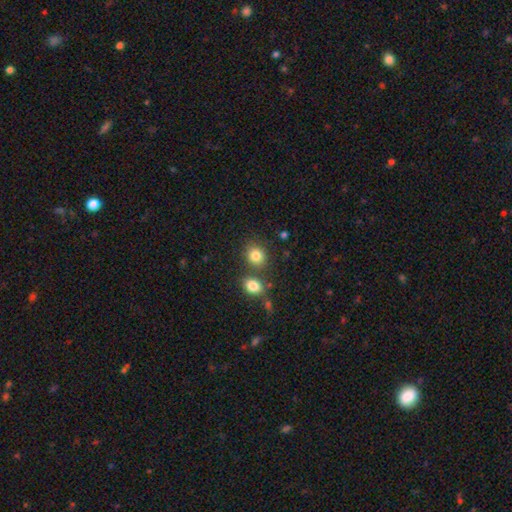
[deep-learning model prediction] Smooth or featured? smooth (83%)
How rounded? round (74%)
Merging? none (69%)